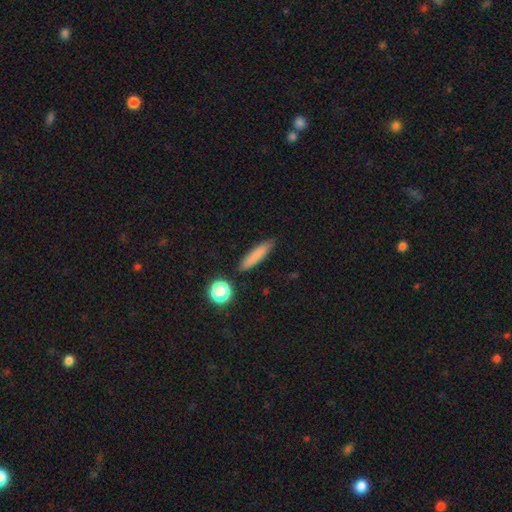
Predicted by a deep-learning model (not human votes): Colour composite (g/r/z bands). It shows a smooth galaxy with no disk features (78%) that is cigar-shaped (82%). Merging: none (86%).